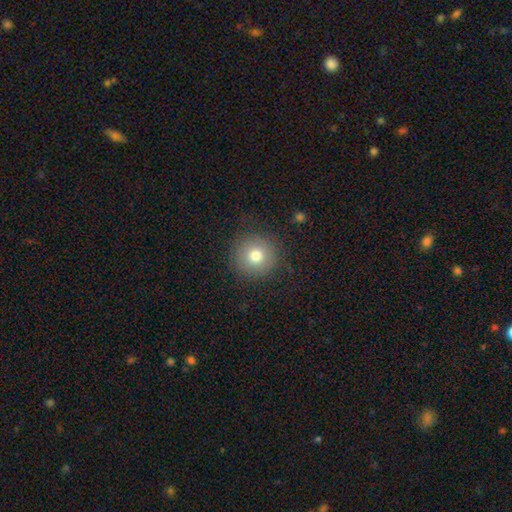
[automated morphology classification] Smooth or featured: smooth — 76% (star or artifact — 12%)
How rounded: round — 95% (in between — 4%)
Merging: none — 88% (minor disturbance — 8%)